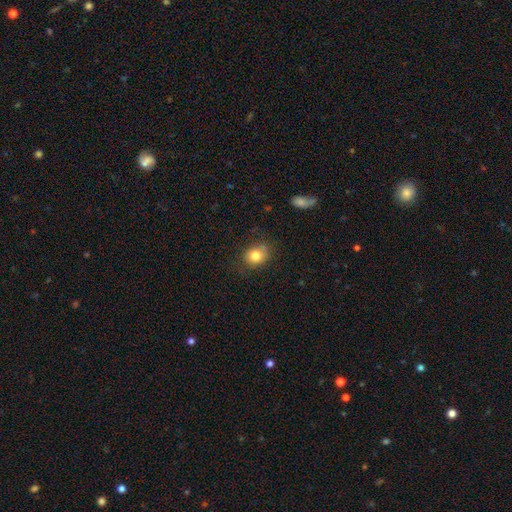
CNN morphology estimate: Q: Smooth or featured?
A: smooth (81%); runner-up: star or artifact (10%)
Q: How rounded?
A: round (54%); runner-up: in between (45%)
Q: Merging?
A: none (74%); runner-up: minor disturbance (19%)